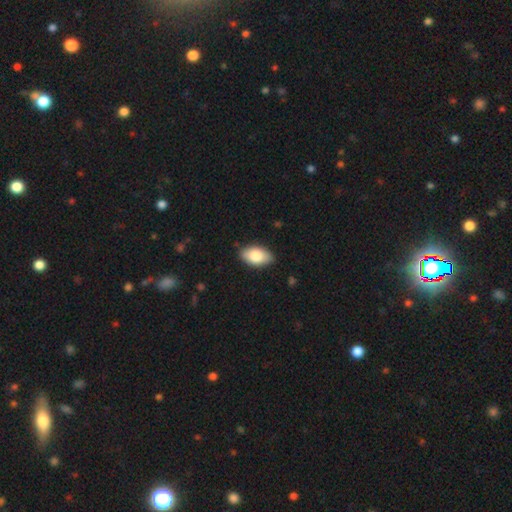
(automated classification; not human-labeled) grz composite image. It shows a smooth galaxy with no disk features (81%) that is in between round and cigar-shaped (94%). Merging: none (86%).